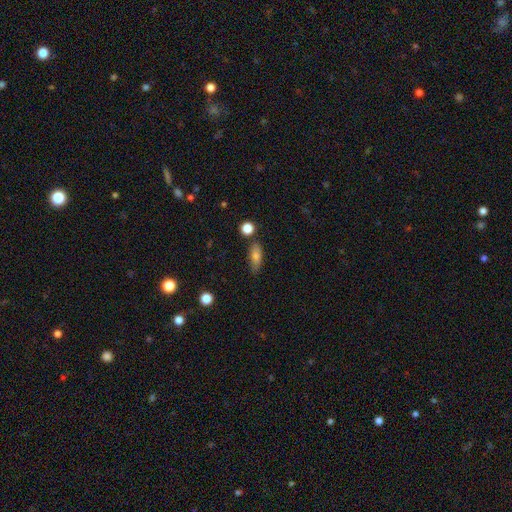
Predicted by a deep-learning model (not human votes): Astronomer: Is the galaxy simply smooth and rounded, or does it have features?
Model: smooth — 75%.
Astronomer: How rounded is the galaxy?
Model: in between — 67%.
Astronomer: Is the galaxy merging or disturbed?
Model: none — 74%.